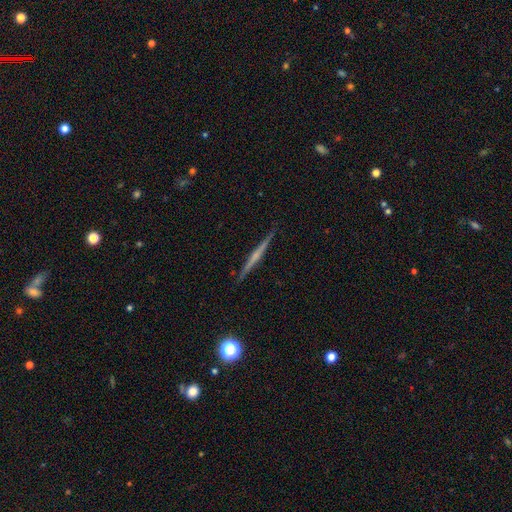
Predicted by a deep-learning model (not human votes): Smooth or featured: featured or disk — 70% (smooth — 23%)
Edge-on disk: yes — 98% (no — 2%)
Edge-on bulge: none — 46% (rounded — 44%)
Merging: none — 91% (minor disturbance — 6%)